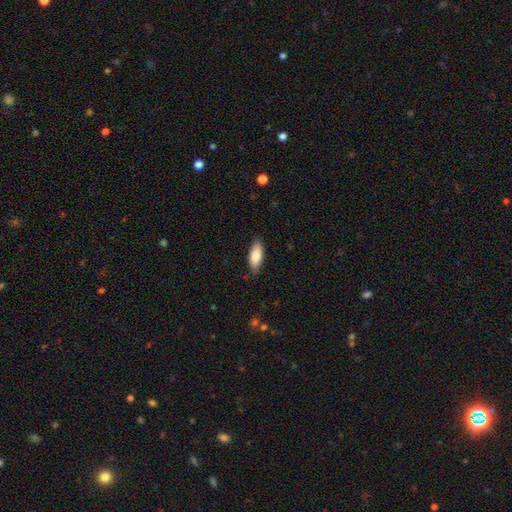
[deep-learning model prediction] Smooth or featured? Predicted: smooth (p=0.86). How rounded? Predicted: in between (p=0.77). Merging? Predicted: none (p=0.84).